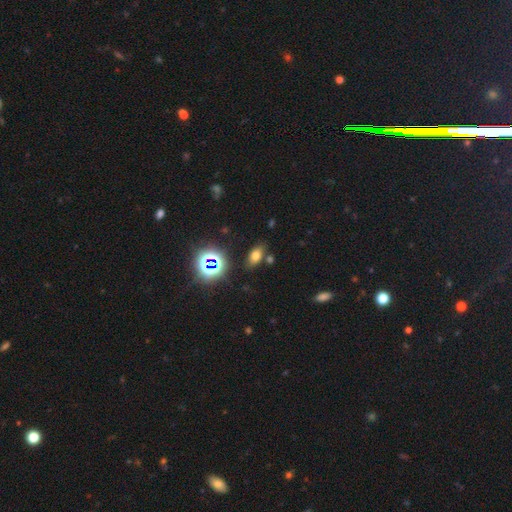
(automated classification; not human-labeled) Overall: smooth (67%). How rounded: in between (85%). Merging: none (78%).